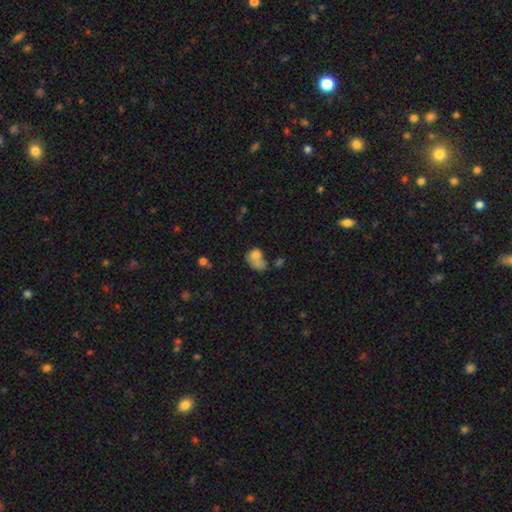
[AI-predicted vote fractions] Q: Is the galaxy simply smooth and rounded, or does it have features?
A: smooth — 71%.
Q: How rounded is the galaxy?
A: in between — 64%.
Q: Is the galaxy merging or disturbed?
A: merger — 49%.